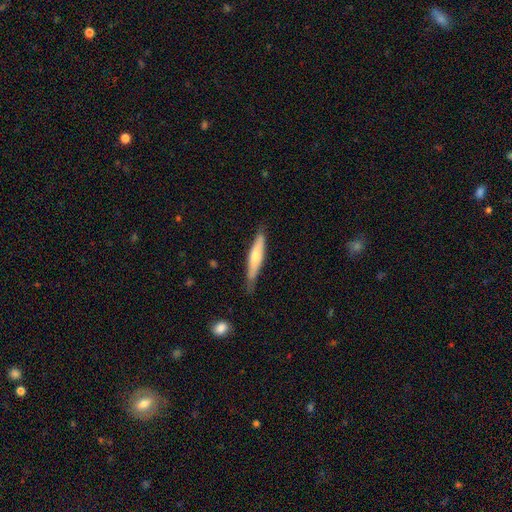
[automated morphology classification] Q: Smooth or featured?
A: smooth (57%); runner-up: featured or disk (37%)
Q: How rounded?
A: cigar-shaped (87%); runner-up: in between (12%)
Q: Merging?
A: none (72%); runner-up: minor disturbance (23%)